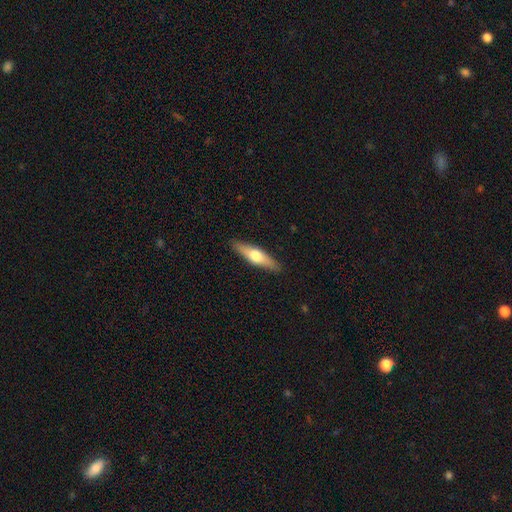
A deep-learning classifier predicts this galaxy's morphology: A smooth galaxy with no disk features (48%).

Vote fractions:
- Smooth or featured? smooth: 48% / featured or disk: 47% / star or artifact: 5%
- Merging? none: 89% / minor disturbance: 8% / major disturbance: 2% / merger: 1%